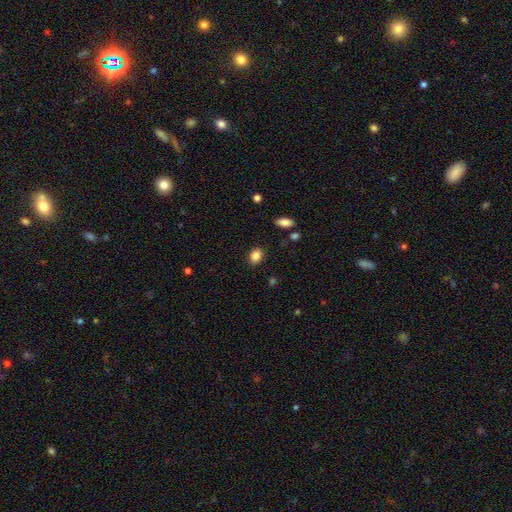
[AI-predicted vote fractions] Morphology: type=smooth (86%); roundness=in between (63%); merging=none (87%).